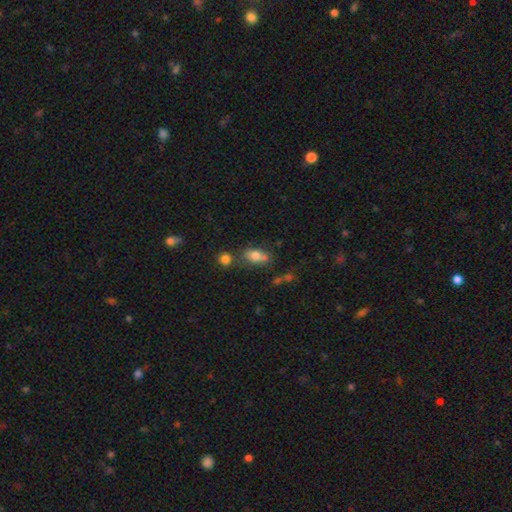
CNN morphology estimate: A smooth galaxy with no disk features (74%) that is in between round and cigar-shaped (82%). Merging: none (54%).